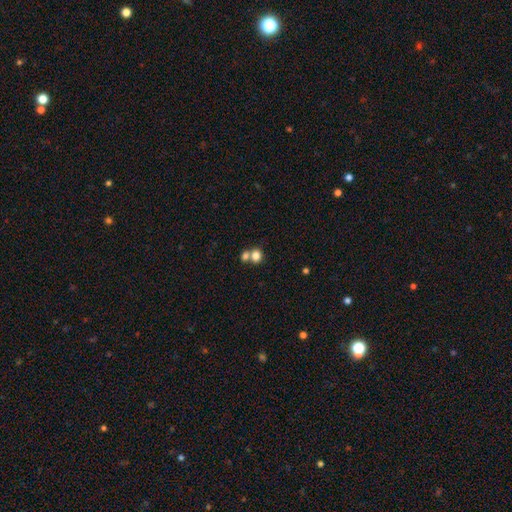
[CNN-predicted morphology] Overall: smooth (81%). How rounded: round (71%). Merging: merger (48%; none 41%).